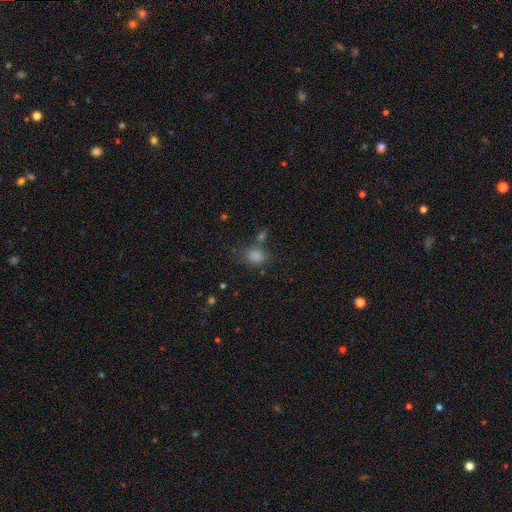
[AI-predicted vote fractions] Smooth or featured: smooth — 82% (star or artifact — 12%)
How rounded: in between — 57% (round — 41%)
Merging: none — 65% (minor disturbance — 15%)